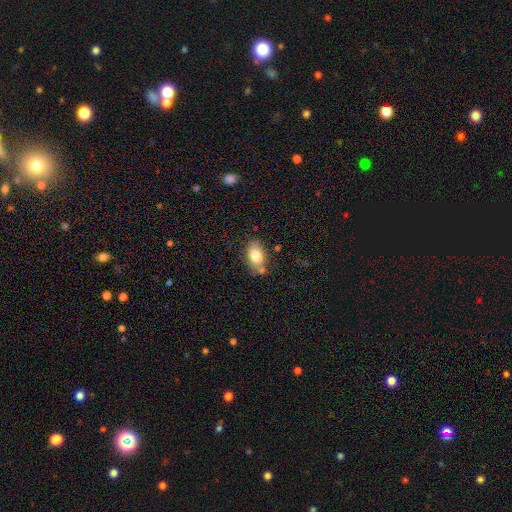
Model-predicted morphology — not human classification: This is likely a smooth galaxy (80%). How rounded: clearly in between (86%). Merging: likely none (67%).